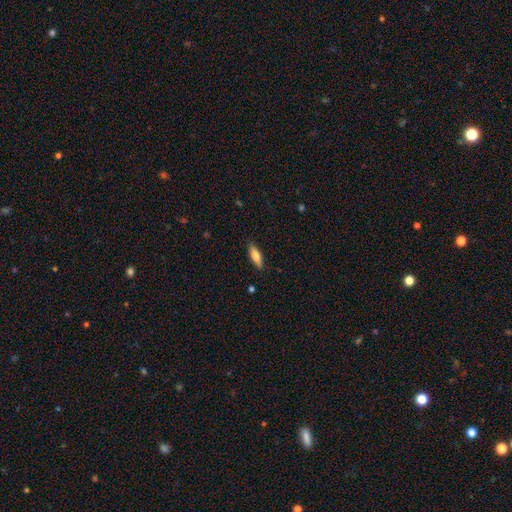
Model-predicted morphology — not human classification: Q: Smooth or featured?
A: smooth (64%); runner-up: featured or disk (30%)
Q: How rounded?
A: cigar-shaped (55%); runner-up: in between (43%)
Q: Merging?
A: none (87%); runner-up: minor disturbance (10%)